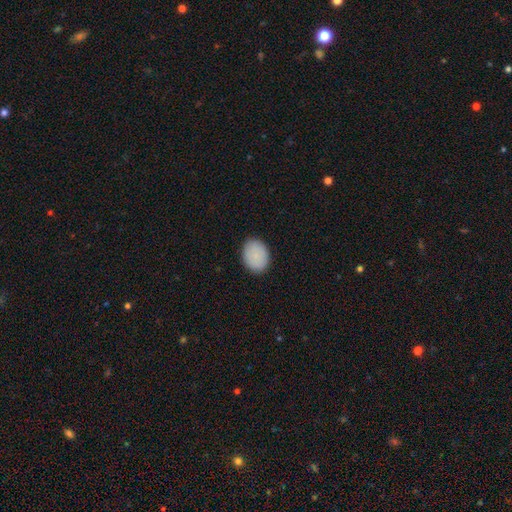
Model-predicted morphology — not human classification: A smooth galaxy with no disk features (88%) that is in between round and cigar-shaped (69%).

Vote fractions:
- Smooth or featured? smooth: 88% / star or artifact: 7% / featured or disk: 6%
- How rounded? in between: 69% / round: 31% / cigar-shaped: 1%
- Merging? none: 87% / minor disturbance: 10% / major disturbance: 2% / merger: 1%